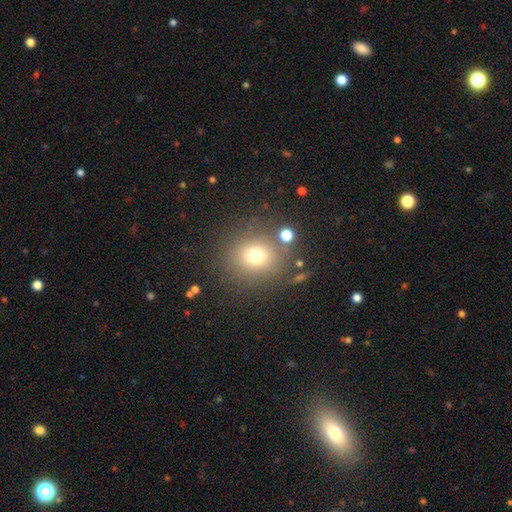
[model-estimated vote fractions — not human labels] Smooth or featured? Predicted: smooth (p=0.72). How rounded? Predicted: round (p=0.86). Merging? Predicted: none (p=0.79).